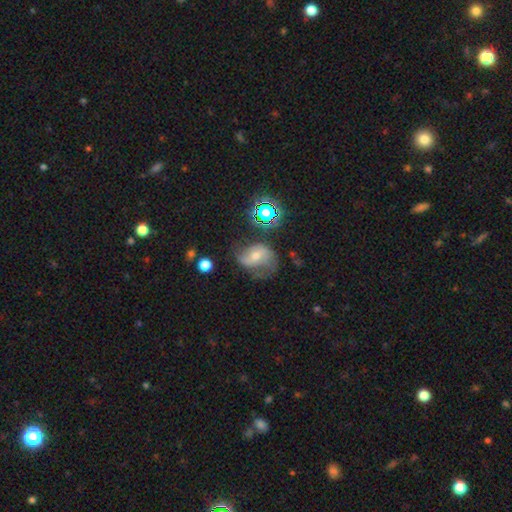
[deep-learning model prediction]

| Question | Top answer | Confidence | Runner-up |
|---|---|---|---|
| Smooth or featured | featured or disk | 61% | smooth (22%) |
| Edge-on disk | no | 96% | yes (4%) |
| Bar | no | 49% | weak (34%) |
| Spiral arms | yes | 83% | no (17%) |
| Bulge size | small | 53% | moderate (41%) |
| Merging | none | 45% | minor disturbance (27%) |